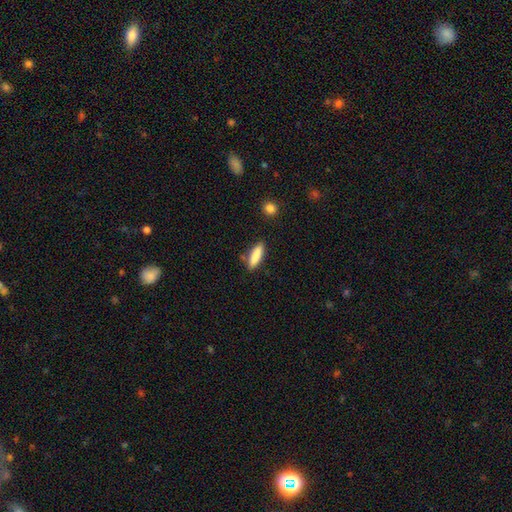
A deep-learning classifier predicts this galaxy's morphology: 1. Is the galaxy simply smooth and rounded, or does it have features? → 86% smooth, 8% featured or disk, 6% star or artifact.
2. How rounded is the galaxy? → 66% cigar-shaped, 32% in between, 2% round.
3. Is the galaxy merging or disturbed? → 81% none, 12% minor disturbance, 4% merger, 3% major disturbance.